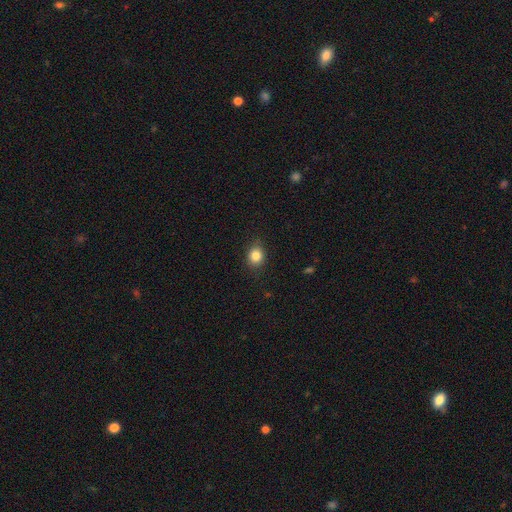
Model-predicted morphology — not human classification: Q: Smooth or featured?
A: smooth (84%); runner-up: star or artifact (10%)
Q: How rounded?
A: round (62%); runner-up: in between (37%)
Q: Merging?
A: none (84%); runner-up: minor disturbance (12%)